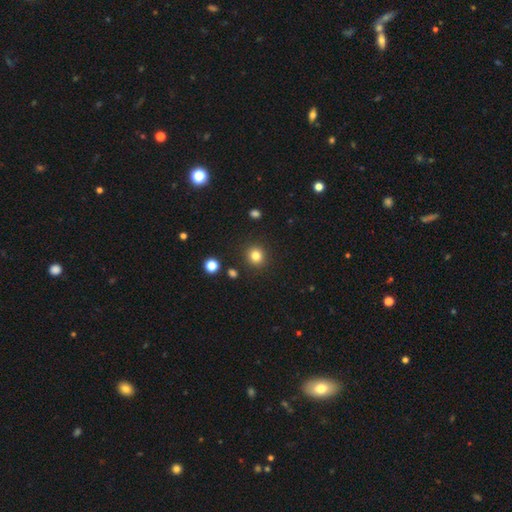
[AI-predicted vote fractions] Overall: smooth (82%). How rounded: round (88%). Merging: none (90%).